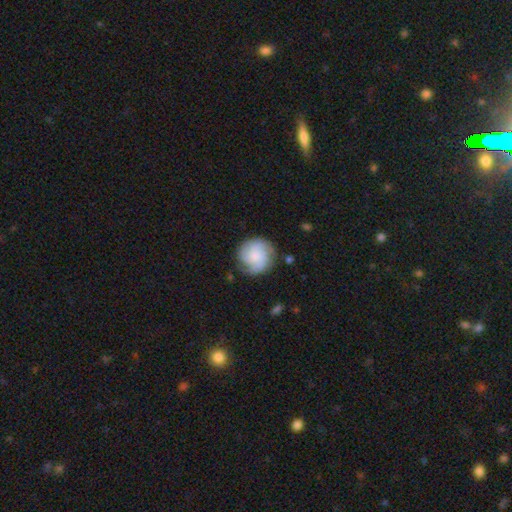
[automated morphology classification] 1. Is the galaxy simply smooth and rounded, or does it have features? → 59% featured or disk, 34% smooth, 7% star or artifact.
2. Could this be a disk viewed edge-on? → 98% no, 2% yes.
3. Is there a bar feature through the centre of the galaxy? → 74% no, 23% weak, 3% strong.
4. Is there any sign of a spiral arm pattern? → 94% yes, 6% no.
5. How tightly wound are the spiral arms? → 47% tight, 39% medium, 15% loose.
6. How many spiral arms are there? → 40% 3, 21% can't tell, 16% 2, 11% 4, 6% 1, 5% more than 4.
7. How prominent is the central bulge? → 54% small, 23% moderate, 16% none, 5% large, 2% dominant.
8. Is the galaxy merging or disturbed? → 76% none, 16% minor disturbance, 6% major disturbance, 2% merger.